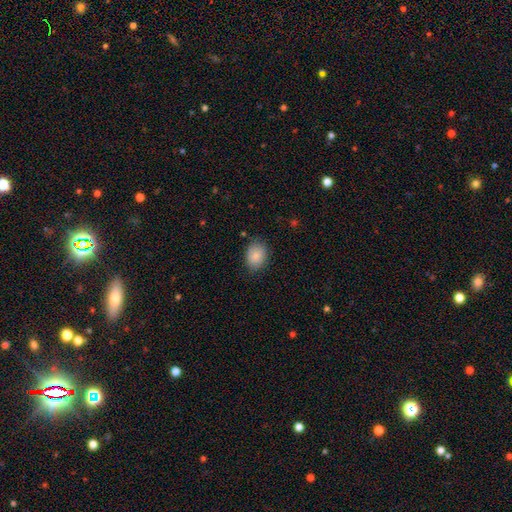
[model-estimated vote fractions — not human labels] Overall: smooth (86%). How rounded: in between (63%; round 36%). Merging: none (79%).